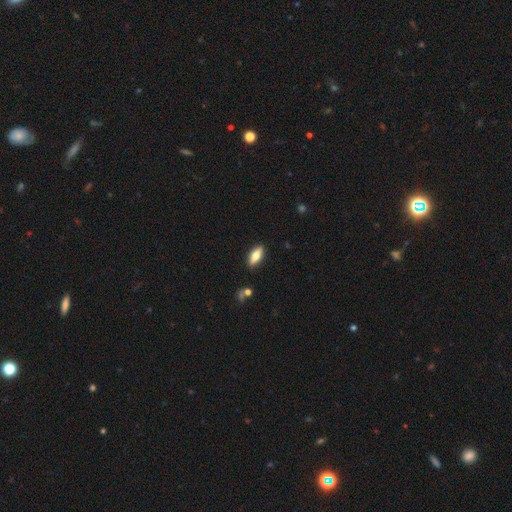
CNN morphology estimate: A smooth galaxy with no disk features (68%) that is in between round and cigar-shaped (71%). Merging: none (88%).